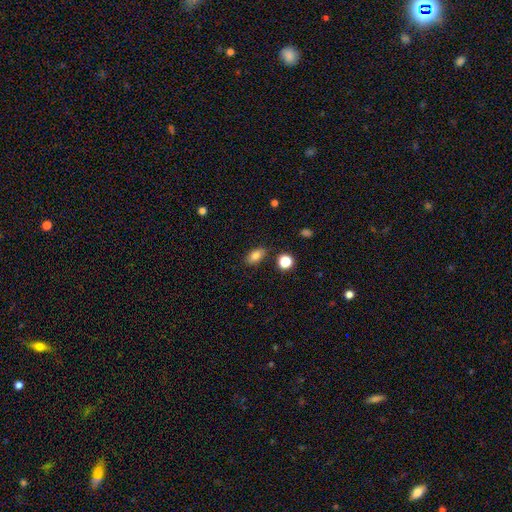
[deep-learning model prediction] Morphology: type=smooth (81%); roundness=in between (85%); merging=none (83%).